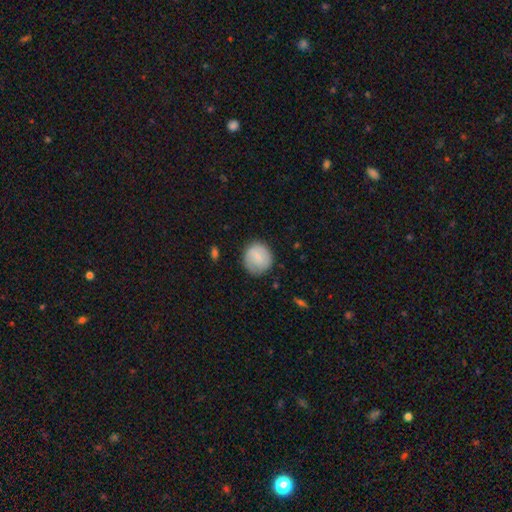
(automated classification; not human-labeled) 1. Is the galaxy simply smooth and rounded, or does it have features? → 75% smooth, 19% featured or disk, 7% star or artifact.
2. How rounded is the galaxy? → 90% round, 9% in between, 1% cigar-shaped.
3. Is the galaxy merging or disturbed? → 79% none, 16% minor disturbance, 4% major disturbance, 1% merger.